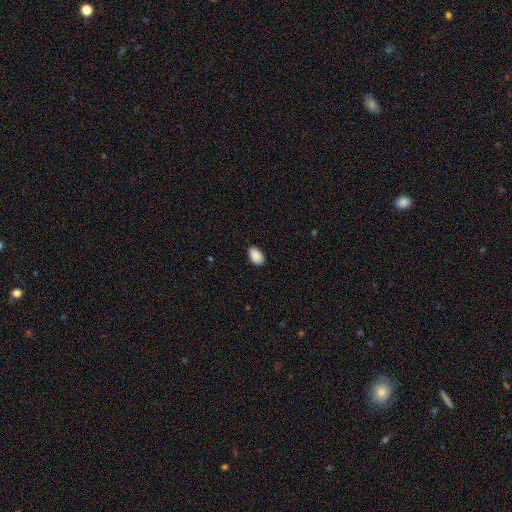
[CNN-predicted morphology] Smooth or featured?
  - smooth: 90% *
  - star or artifact: 7%
  - featured or disk: 3%
How rounded?
  - in between: 90% *
  - round: 8%
  - cigar-shaped: 1%
Merging?
  - none: 85% *
  - minor disturbance: 12%
  - major disturbance: 2%
  - merger: 1%